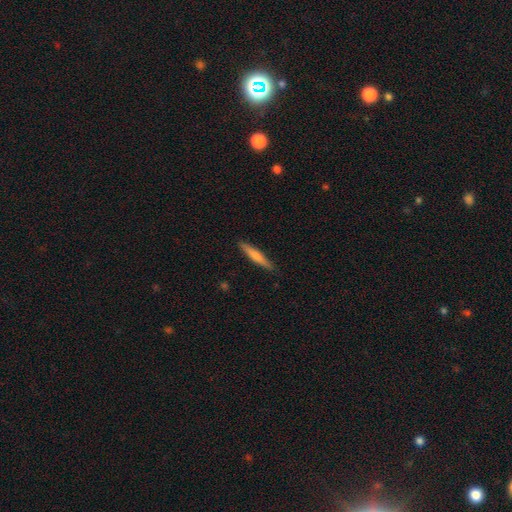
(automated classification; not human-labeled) The model was most divided on "smooth or featured": smooth: 67%, featured or disk: 28%, star or artifact: 5%. More confident: how rounded — cigar-shaped (93%); merging — none (90%).